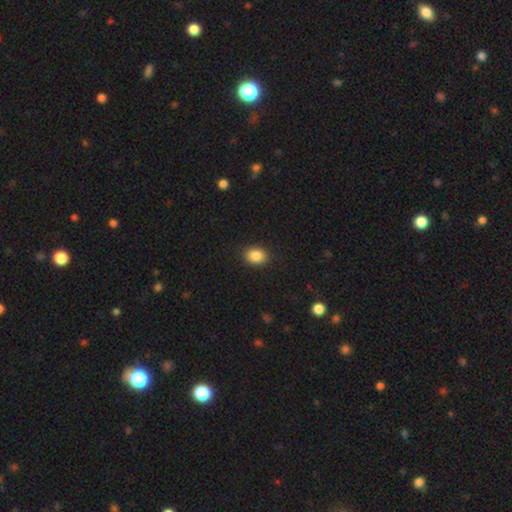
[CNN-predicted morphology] Smooth or featured: smooth — 88% (star or artifact — 9%)
How rounded: in between — 63% (round — 36%)
Merging: none — 88% (minor disturbance — 9%)